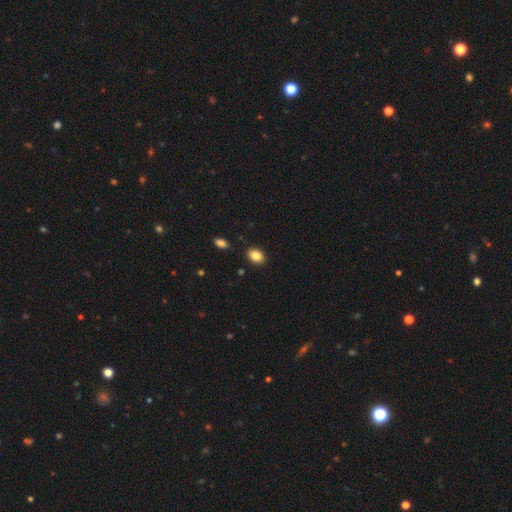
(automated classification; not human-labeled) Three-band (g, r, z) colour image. It shows a smooth galaxy with no disk features (85%) that is in between round and cigar-shaped (71%). Merging: none (88%).